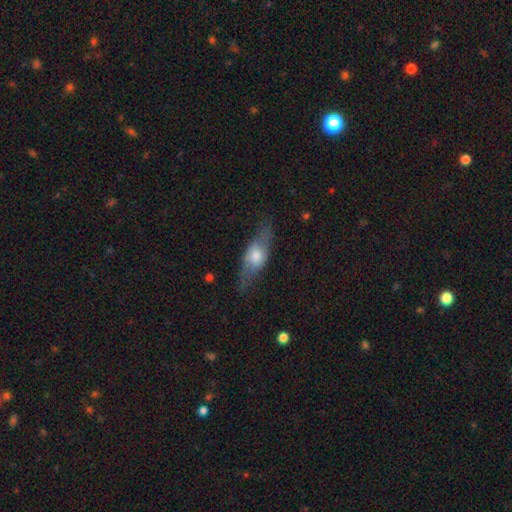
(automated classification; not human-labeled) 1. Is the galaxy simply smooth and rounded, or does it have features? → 49% featured or disk, 45% smooth, 7% star or artifact.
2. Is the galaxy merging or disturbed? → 74% none, 19% minor disturbance, 7% major disturbance, 1% merger.